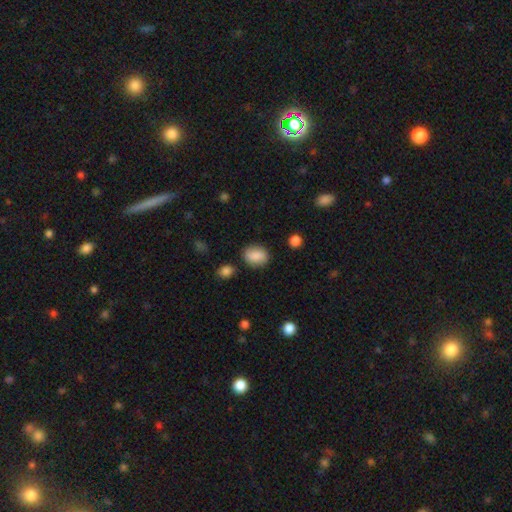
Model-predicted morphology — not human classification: Overall: smooth (85%). How rounded: in between (61%; round 38%). Merging: none (81%).